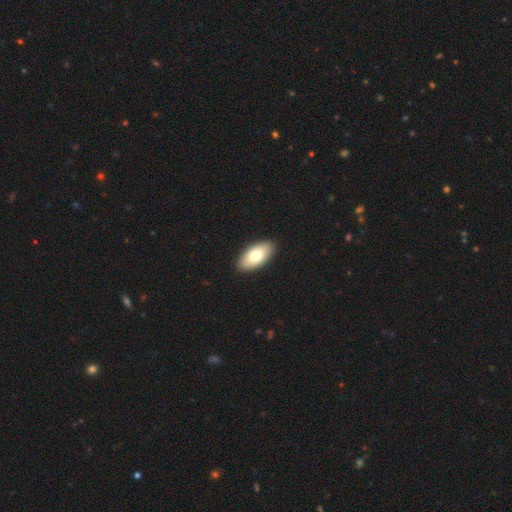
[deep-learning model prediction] A smooth galaxy with no disk features (76%) that is in between round and cigar-shaped (94%). Merging: none (90%).